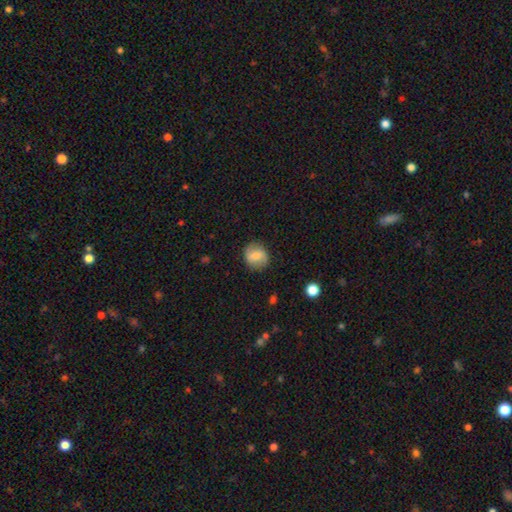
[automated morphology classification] Smooth or featured?
  - smooth: 65% *
  - featured or disk: 27%
  - star or artifact: 8%
How rounded?
  - round: 79% *
  - in between: 20%
  - cigar-shaped: 1%
Merging?
  - none: 83% *
  - minor disturbance: 12%
  - major disturbance: 3%
  - merger: 1%